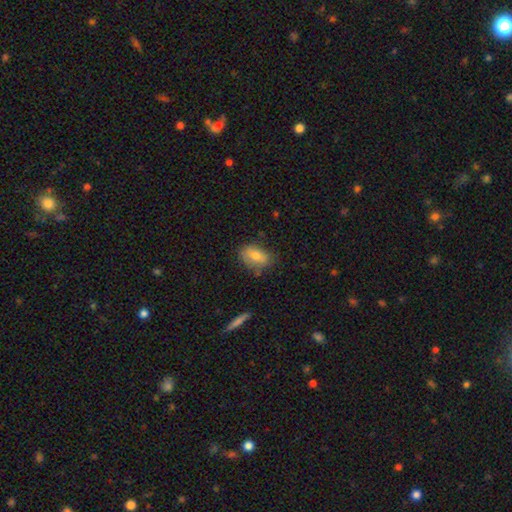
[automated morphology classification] Smooth or featured?
  - smooth: 75% *
  - featured or disk: 17%
  - star or artifact: 8%
How rounded?
  - in between: 86% *
  - round: 12%
  - cigar-shaped: 3%
Merging?
  - none: 70% *
  - minor disturbance: 22%
  - major disturbance: 5%
  - merger: 3%